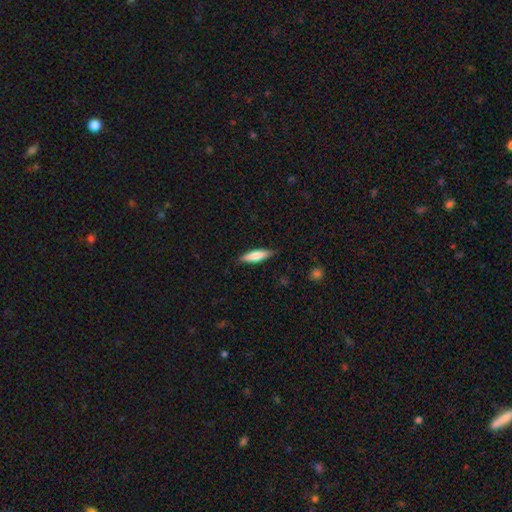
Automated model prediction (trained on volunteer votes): Overall: smooth (72%). How rounded: cigar-shaped (66%; in between 33%). Merging: none (85%).